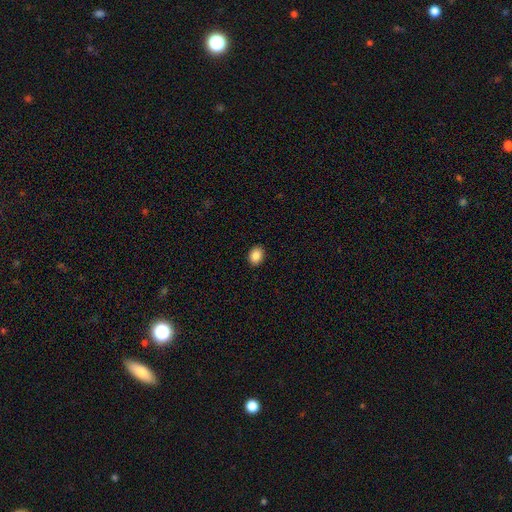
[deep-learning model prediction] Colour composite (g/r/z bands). It shows a smooth galaxy with no disk features (87%) that is in between round and cigar-shaped (65%). Merging: none (91%).